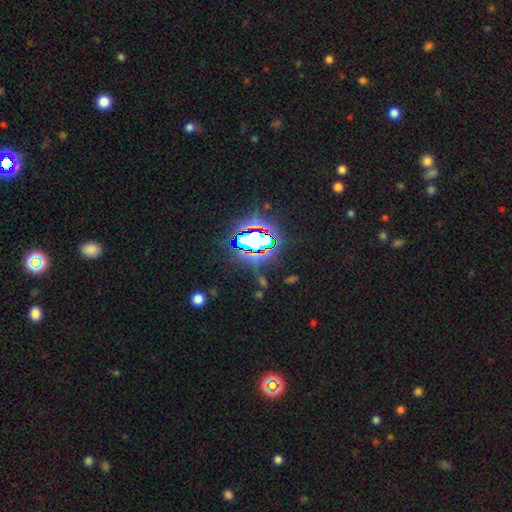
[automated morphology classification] smooth_or_featured: star or artifact (p=0.84) [alt: smooth p=0.10]